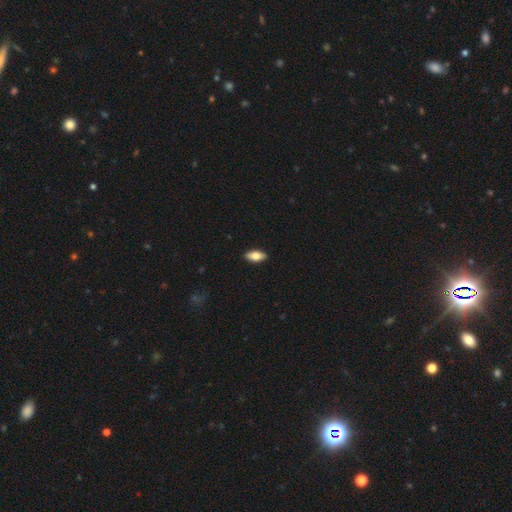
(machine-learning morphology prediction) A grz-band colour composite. It shows a smooth galaxy with no disk features (73%) that is in between round and cigar-shaped (86%). Merging: none (90%).